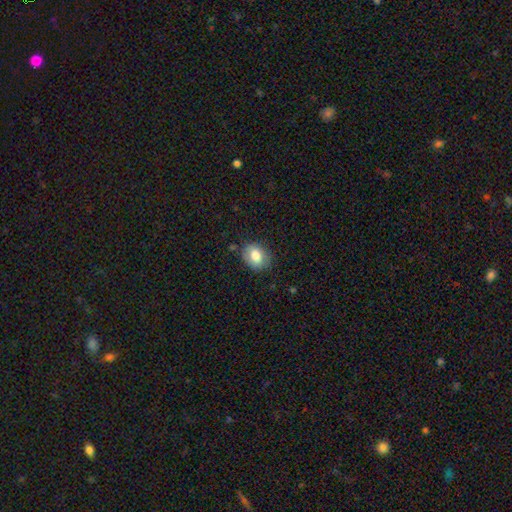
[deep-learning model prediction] Smooth or featured: smooth — 80% (featured or disk — 11%)
How rounded: in between — 56% (round — 43%)
Merging: none — 78% (minor disturbance — 16%)